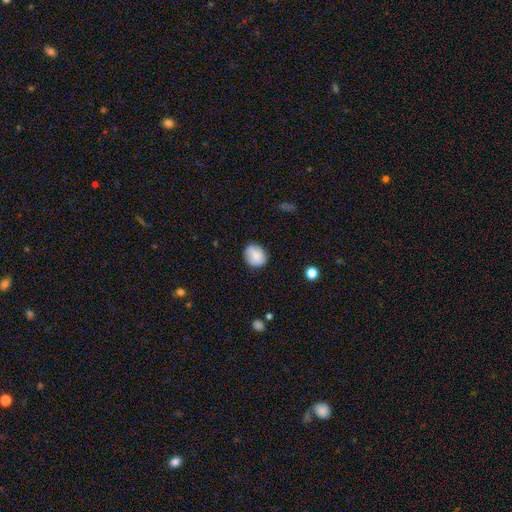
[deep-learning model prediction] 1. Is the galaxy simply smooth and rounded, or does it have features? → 79% smooth, 13% featured or disk, 8% star or artifact.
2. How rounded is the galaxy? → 68% round, 31% in between, 1% cigar-shaped.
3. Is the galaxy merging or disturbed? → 78% none, 17% minor disturbance, 4% major disturbance, 2% merger.